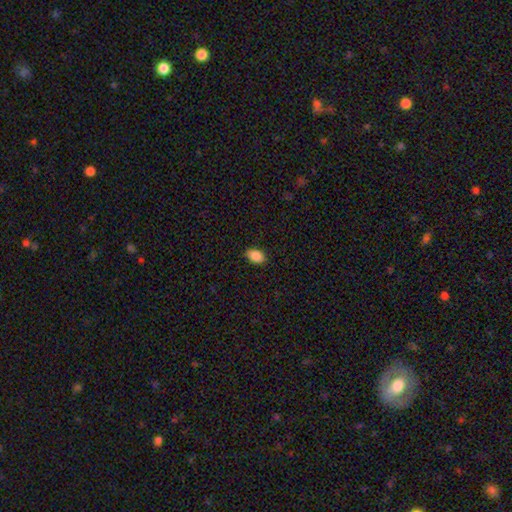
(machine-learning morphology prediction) Smooth or featured: smooth — 88% (star or artifact — 8%)
How rounded: in between — 89% (round — 9%)
Merging: none — 87% (minor disturbance — 10%)